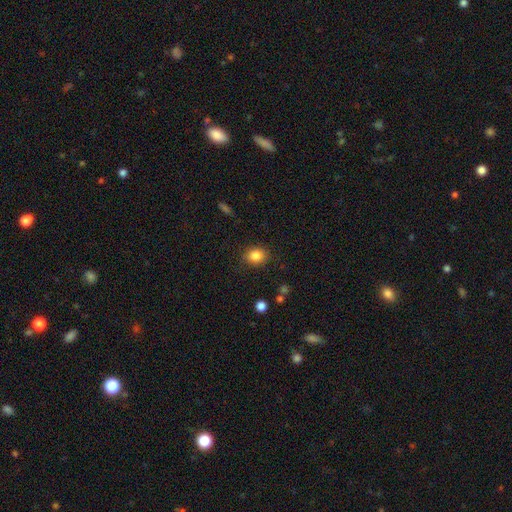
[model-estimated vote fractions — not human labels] Smooth or featured: smooth — 85% (star or artifact — 10%)
How rounded: in between — 50% (round — 49%)
Merging: none — 84% (minor disturbance — 12%)